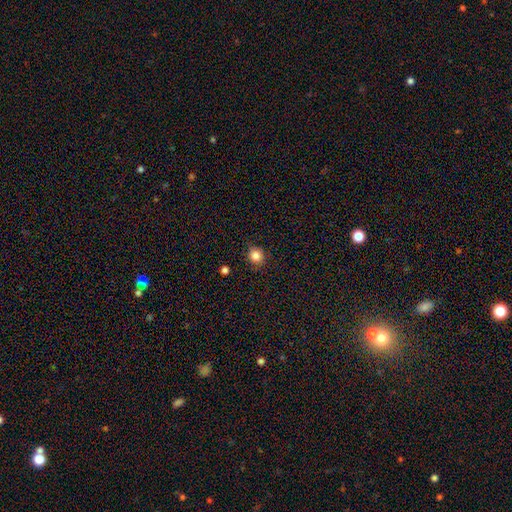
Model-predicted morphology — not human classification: The model was most divided on "smooth or featured": smooth: 84%, star or artifact: 12%, featured or disk: 4%. More confident: how rounded — round (88%); merging — none (86%).